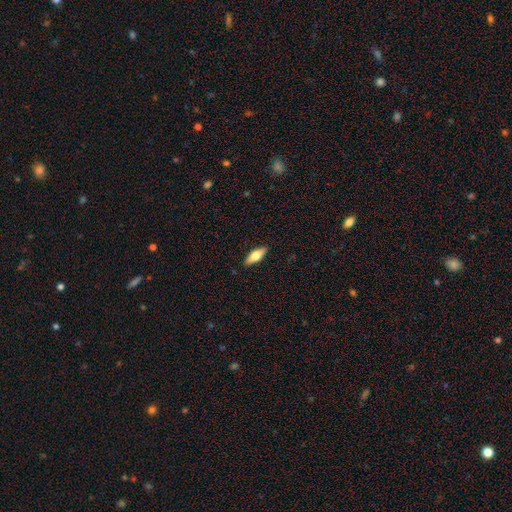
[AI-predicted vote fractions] Overall: smooth (63%; featured or disk 31%). How rounded: in between (64%; cigar-shaped 34%). Merging: none (89%).